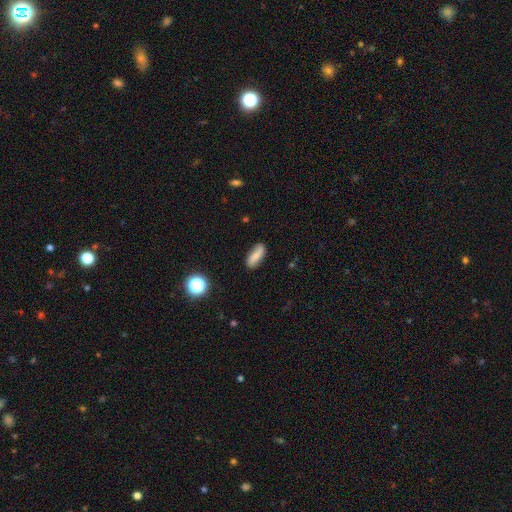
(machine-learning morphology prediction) Smooth or featured: smooth — 73% (featured or disk — 17%)
How rounded: in between — 61% (cigar-shaped — 36%)
Merging: none — 80% (minor disturbance — 15%)